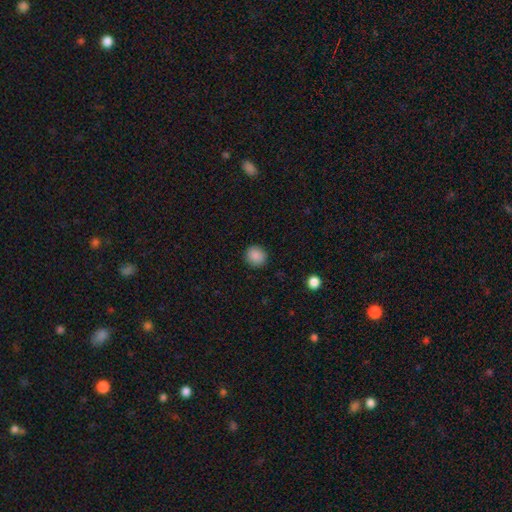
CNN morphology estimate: This appears to be a smooth galaxy with no disk features (88%) that is round (89%). Merging: none (91%).